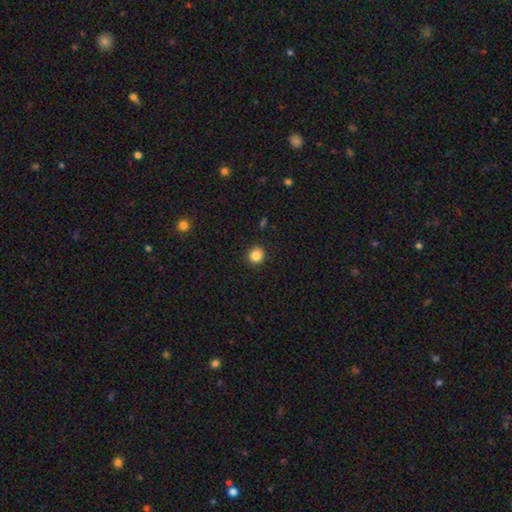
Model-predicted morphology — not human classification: Smooth or featured? Predicted: smooth (p=0.85). How rounded? Predicted: round (p=0.89). Merging? Predicted: none (p=0.91).